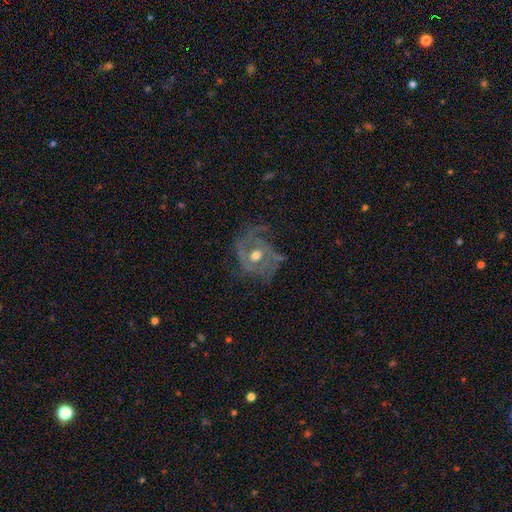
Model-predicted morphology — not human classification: smooth_or_featured: featured or disk (p=0.81) [alt: smooth p=0.12]
disk_edge_on: no (p=0.97) [alt: yes p=0.03]
bar: no (p=0.66) [alt: weak p=0.27]
has_spiral_arms: yes (p=0.83) [alt: no p=0.17]
spiral_winding: tight (p=0.44) [alt: medium p=0.40]
spiral_arm_count: 2 (p=0.37) [alt: can't tell p=0.26]
bulge_size: moderate (p=0.76) [alt: large p=0.11]
merging: none (p=0.55) [alt: minor disturbance p=0.23]